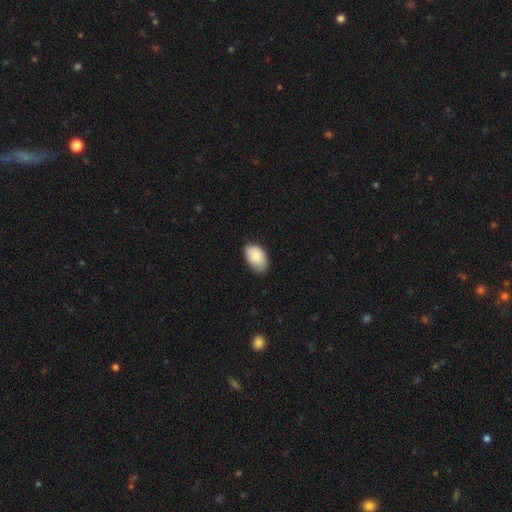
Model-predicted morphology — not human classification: Q: Smooth or featured?
A: smooth (84%); runner-up: featured or disk (9%)
Q: How rounded?
A: in between (92%); runner-up: round (7%)
Q: Merging?
A: none (75%); runner-up: minor disturbance (21%)